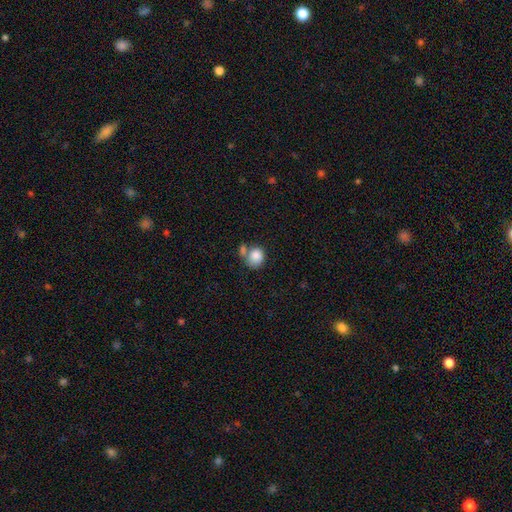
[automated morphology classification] Q: Smooth or featured?
A: smooth (84%); runner-up: featured or disk (8%)
Q: How rounded?
A: round (71%); runner-up: in between (28%)
Q: Merging?
A: none (41%); runner-up: merger (38%)